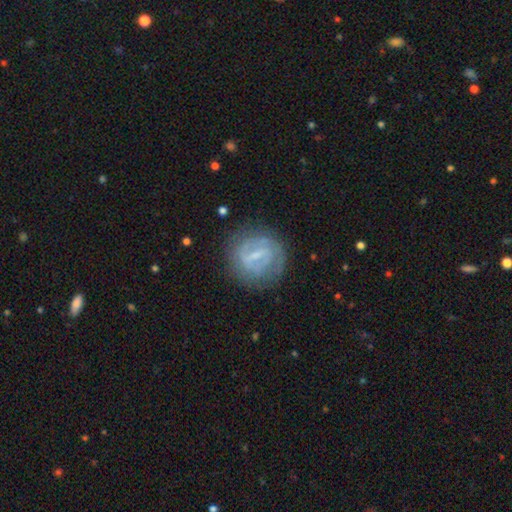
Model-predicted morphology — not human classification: featured or disk 74%, smooth 19%, star or artifact 7%. Down the decision tree: edge-on disk — no (96%); bar — strong (48%); spiral arms — yes (75%); spiral arm count — 2 (54%); spiral winding — tight (55%); bulge size — small (64%); merging — none (78%).